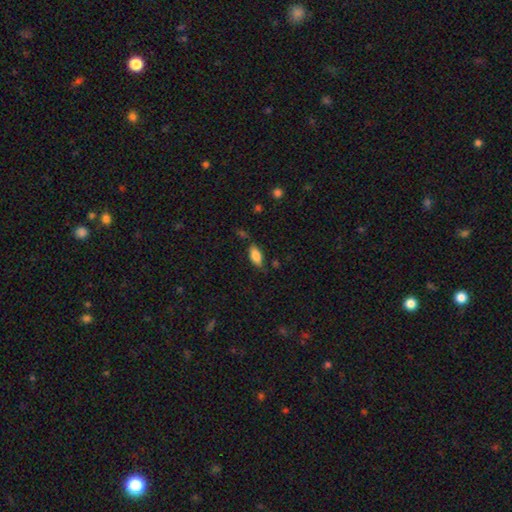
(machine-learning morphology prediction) Q: Smooth or featured?
A: smooth (79%); runner-up: featured or disk (13%)
Q: How rounded?
A: in between (84%); runner-up: cigar-shaped (13%)
Q: Merging?
A: none (67%); runner-up: minor disturbance (23%)